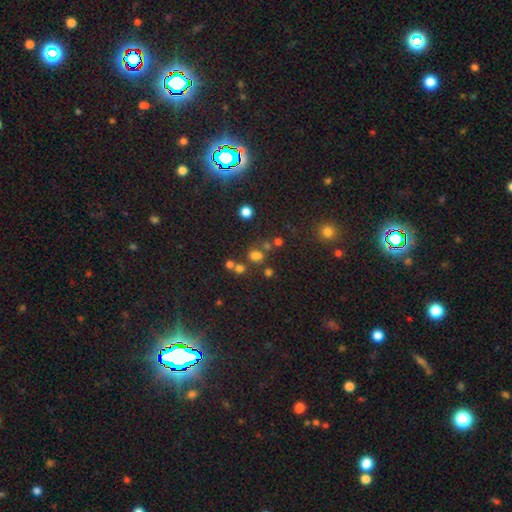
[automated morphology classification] A smooth galaxy with no disk features (62%) that is round (68%).

Vote fractions:
- Smooth or featured? smooth: 62% / star or artifact: 29% / featured or disk: 9%
- How rounded? round: 68% / in between: 31% / cigar-shaped: 1%
- Merging? none: 62% / merger: 21% / minor disturbance: 11% / major disturbance: 6%